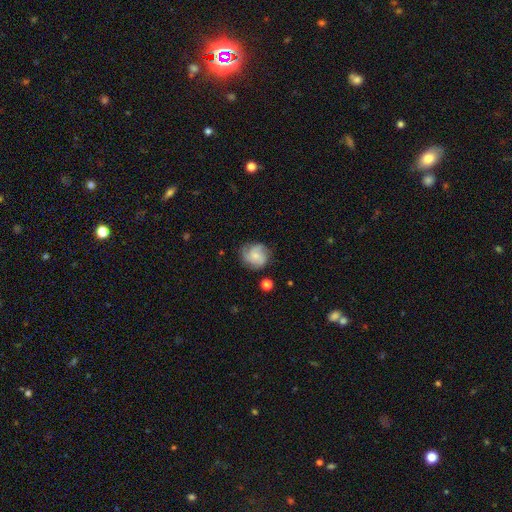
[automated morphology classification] Q: Smooth or featured?
A: featured or disk (56%); runner-up: smooth (35%)
Q: Edge-on disk?
A: no (98%); runner-up: yes (2%)
Q: Bar?
A: no (75%); runner-up: weak (22%)
Q: Spiral arms?
A: yes (91%); runner-up: no (9%)
Q: Spiral winding?
A: medium (42%); tied with: tight (42%)
Q: Spiral arm count?
A: 3 (46%); runner-up: can't tell (20%)
Q: Bulge size?
A: small (60%); runner-up: moderate (24%)
Q: Merging?
A: none (72%); runner-up: minor disturbance (20%)